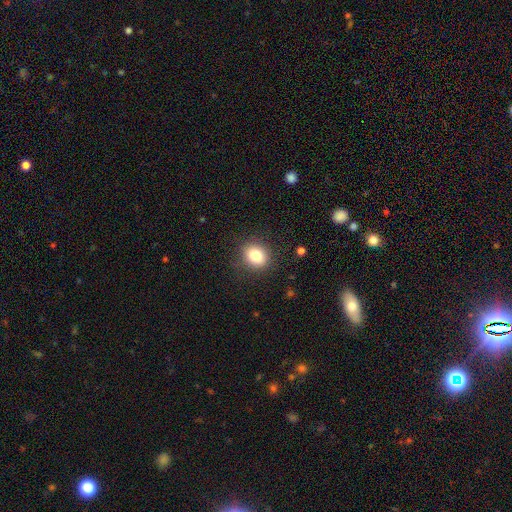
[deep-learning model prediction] smooth-or-featured: smooth: 82% | star or artifact: 11% | featured or disk: 8%
  how-rounded: round: 65% | in between: 34% | cigar-shaped: 1%
  merging: none: 87% | minor disturbance: 9% | major disturbance: 3% | merger: 1%